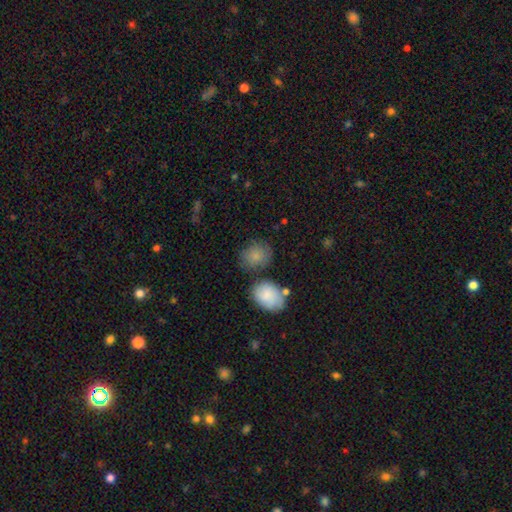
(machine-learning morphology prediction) A smooth galaxy with no disk features (83%) that is round (54%).

Vote fractions:
- Smooth or featured? smooth: 83% / featured or disk: 10% / star or artifact: 7%
- How rounded? round: 54% / in between: 45% / cigar-shaped: 1%
- Merging? none: 63% / minor disturbance: 19% / merger: 12% / major disturbance: 6%